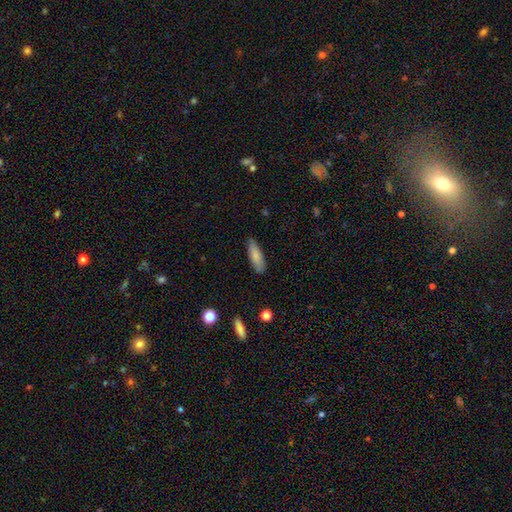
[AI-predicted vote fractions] smooth 83%, featured or disk 11%, star or artifact 6%. Down the decision tree: how rounded — in between (50%); merging — none (86%).